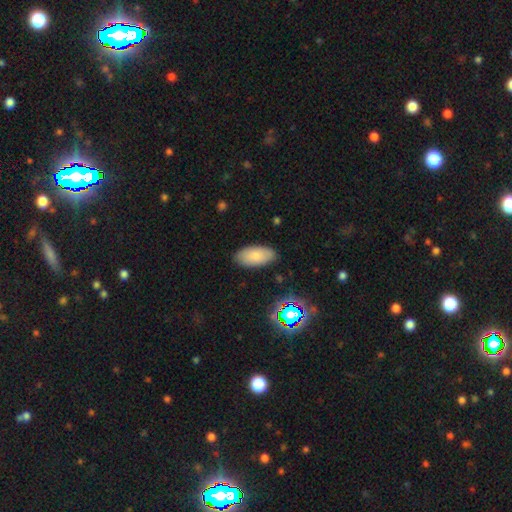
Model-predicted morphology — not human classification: This appears to be a smooth galaxy with no disk features (82%) that is in between round and cigar-shaped (94%). Merging: none (85%).